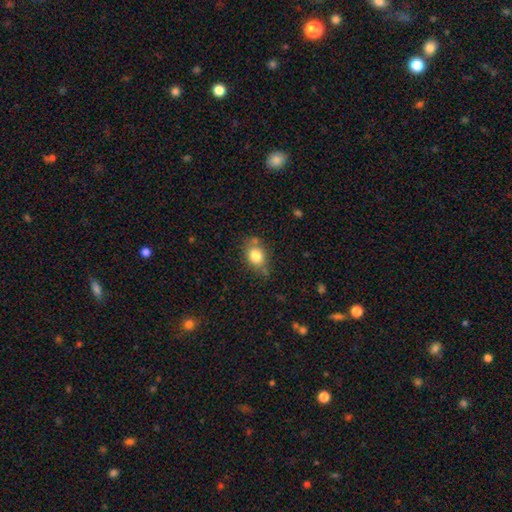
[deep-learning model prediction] Smooth or featured?
  - smooth: 80% *
  - featured or disk: 10%
  - star or artifact: 9%
How rounded?
  - in between: 59% *
  - round: 40%
  - cigar-shaped: 2%
Merging?
  - none: 64% *
  - minor disturbance: 22%
  - merger: 8%
  - major disturbance: 6%